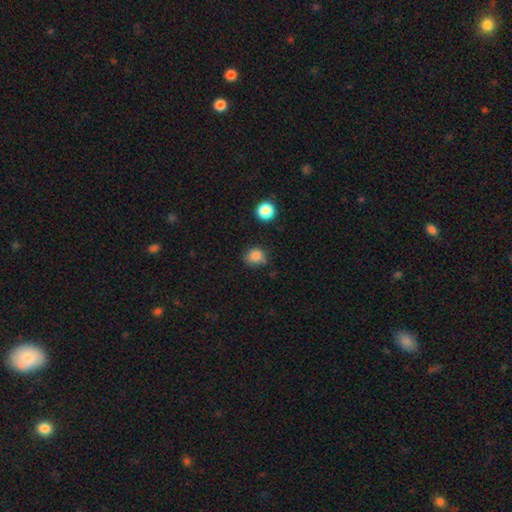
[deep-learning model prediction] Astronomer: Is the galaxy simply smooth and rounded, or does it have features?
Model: smooth — 82%.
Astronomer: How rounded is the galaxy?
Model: round — 77%.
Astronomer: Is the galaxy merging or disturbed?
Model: none — 69%.